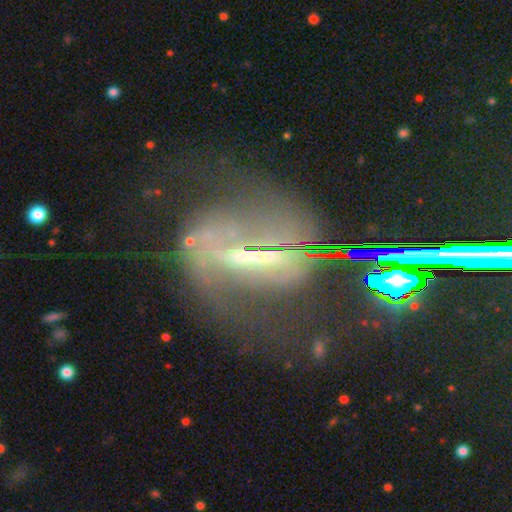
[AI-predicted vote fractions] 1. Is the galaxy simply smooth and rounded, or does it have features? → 71% featured or disk, 18% star or artifact, 11% smooth.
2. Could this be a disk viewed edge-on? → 86% no, 14% yes.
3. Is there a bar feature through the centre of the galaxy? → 65% strong, 25% weak, 10% no.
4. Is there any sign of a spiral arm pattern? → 77% yes, 23% no.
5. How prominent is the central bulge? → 36% small, 31% moderate, 23% none, 7% large, 2% dominant.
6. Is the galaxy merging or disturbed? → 52% none, 26% major disturbance, 19% minor disturbance, 4% merger.